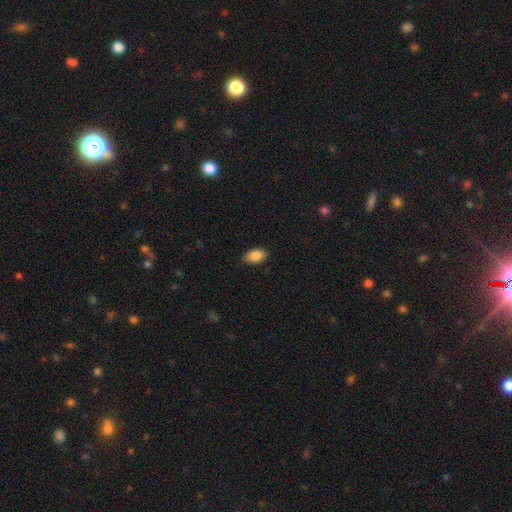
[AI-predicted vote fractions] Smooth or featured?
  - smooth: 86% *
  - star or artifact: 7%
  - featured or disk: 7%
How rounded?
  - in between: 91% *
  - round: 7%
  - cigar-shaped: 2%
Merging?
  - none: 86% *
  - minor disturbance: 11%
  - major disturbance: 2%
  - merger: 1%